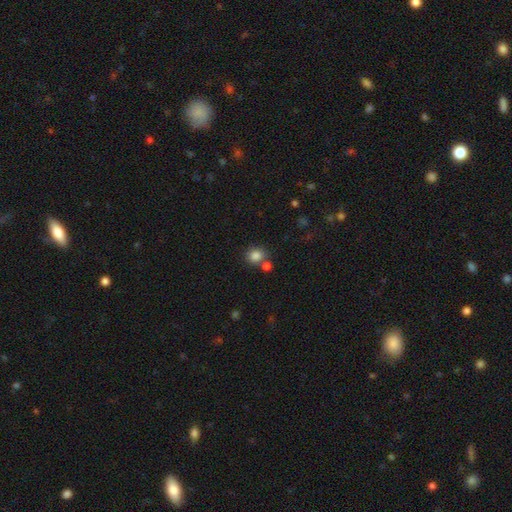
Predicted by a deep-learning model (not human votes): smooth-or-featured: smooth: 84% | star or artifact: 11% | featured or disk: 5%
  how-rounded: round: 73% | in between: 26% | cigar-shaped: 1%
  merging: none: 64% | merger: 23% | minor disturbance: 10% | major disturbance: 4%